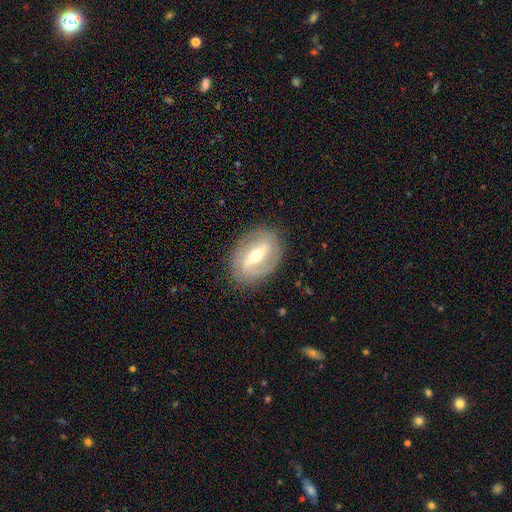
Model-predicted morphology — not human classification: smooth_or_featured: featured or disk (p=0.78) [alt: smooth p=0.16]
disk_edge_on: no (p=0.92) [alt: yes p=0.08]
bar: strong (p=0.54) [alt: weak p=0.33]
has_spiral_arms: yes (p=0.78) [alt: no p=0.22]
spiral_winding: medium (p=0.40) [alt: tight p=0.35]
spiral_arm_count: 2 (p=0.79) [alt: can't tell p=0.11]
bulge_size: moderate (p=0.65) [alt: small p=0.29]
merging: none (p=0.83) [alt: minor disturbance p=0.12]